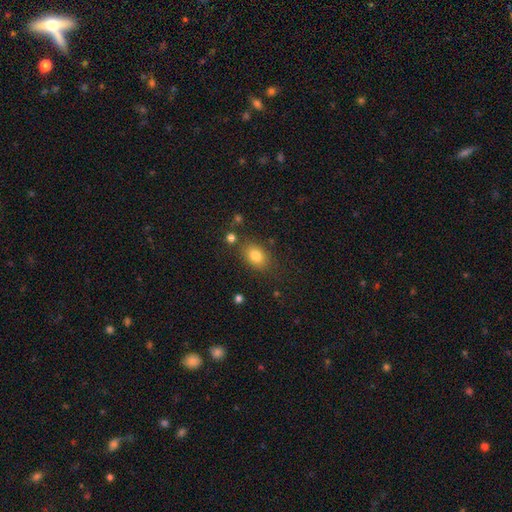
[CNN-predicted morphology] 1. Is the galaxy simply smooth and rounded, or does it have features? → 81% smooth, 10% star or artifact, 9% featured or disk.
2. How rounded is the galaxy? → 73% in between, 25% round, 1% cigar-shaped.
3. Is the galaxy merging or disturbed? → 77% none, 13% minor disturbance, 5% merger, 4% major disturbance.